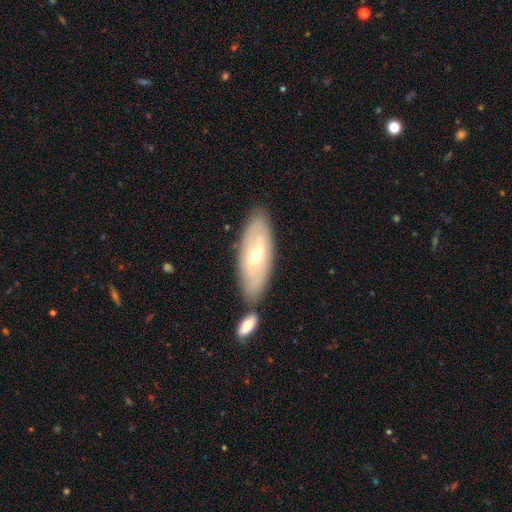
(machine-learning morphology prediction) This is likely a featured or disk galaxy (65%). It is clearly not viewed edge-on (82%). Bar: possibly weak (46%). Spiral arm pattern: likely yes (62%). Central bulge: possibly moderate (55%). Merging: likely none (75%).